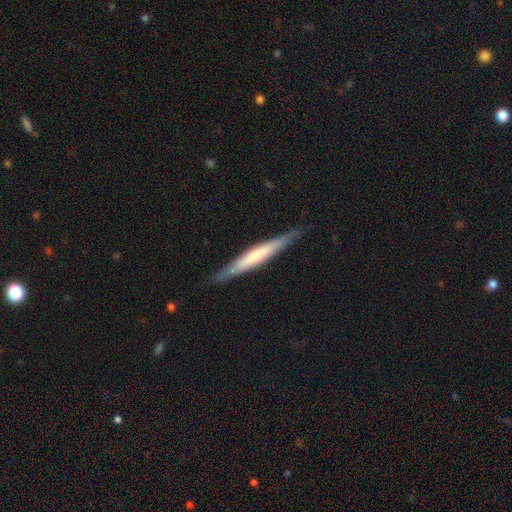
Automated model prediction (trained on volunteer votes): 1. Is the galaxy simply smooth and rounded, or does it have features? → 49% smooth, 46% featured or disk, 5% star or artifact.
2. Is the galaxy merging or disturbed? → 88% none, 9% minor disturbance, 2% major disturbance, 1% merger.